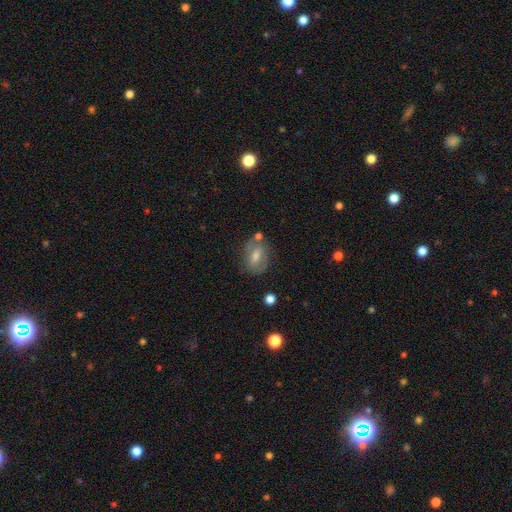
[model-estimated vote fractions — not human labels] smooth_or_featured: smooth (p=0.49) [alt: featured or disk p=0.42]
merging: none (p=0.63) [alt: minor disturbance p=0.20]